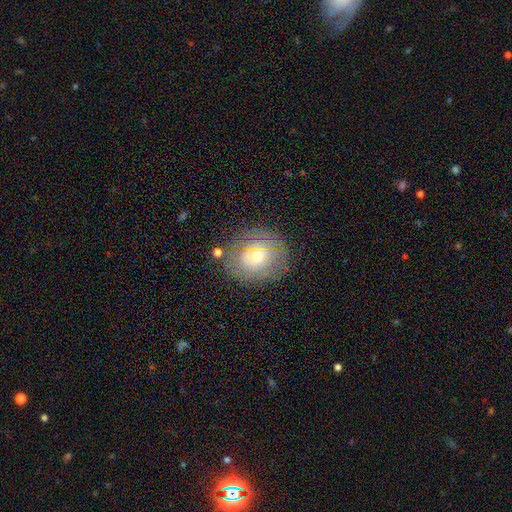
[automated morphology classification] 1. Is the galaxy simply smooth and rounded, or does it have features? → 55% smooth, 31% featured or disk, 14% star or artifact.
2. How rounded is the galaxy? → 79% round, 20% in between, 1% cigar-shaped.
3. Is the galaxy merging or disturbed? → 78% none, 14% minor disturbance, 6% major disturbance, 3% merger.